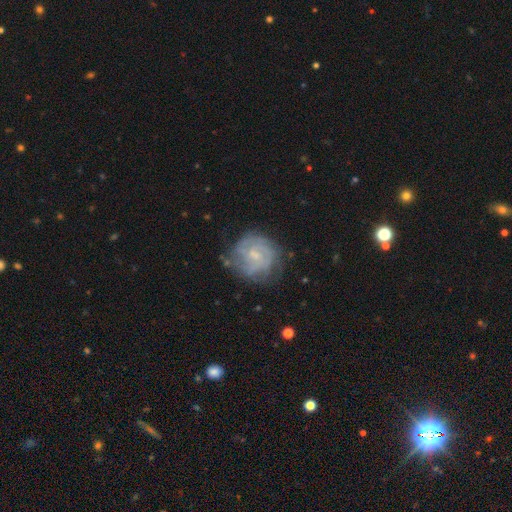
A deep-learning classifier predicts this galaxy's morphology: featured or disk 69%, smooth 23%, star or artifact 8%. Down the decision tree: edge-on disk — no (98%); bar — no (50%); spiral arms — yes (80%); spiral arm count — can't tell (43%); spiral winding — tight (58%); bulge size — small (53%); merging — none (66%).